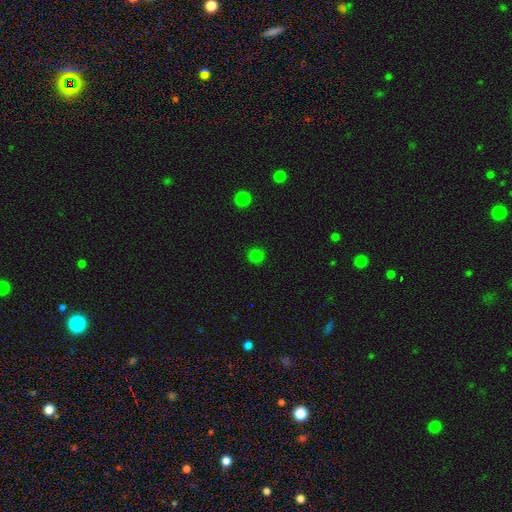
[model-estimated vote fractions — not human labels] Smooth or featured? smooth (78%)
How rounded? round (92%)
Merging? none (89%)